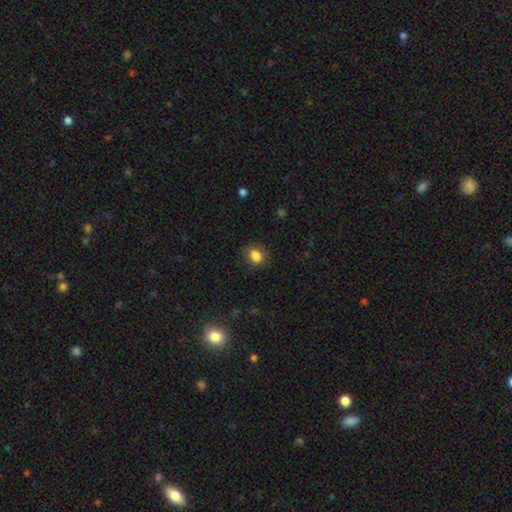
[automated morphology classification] A smooth galaxy with no disk features (85%) that is round (59%).

Vote fractions:
- Smooth or featured? smooth: 85% / star or artifact: 11% / featured or disk: 5%
- How rounded? round: 59% / in between: 40% / cigar-shaped: 1%
- Merging? none: 86% / minor disturbance: 10% / major disturbance: 3% / merger: 1%